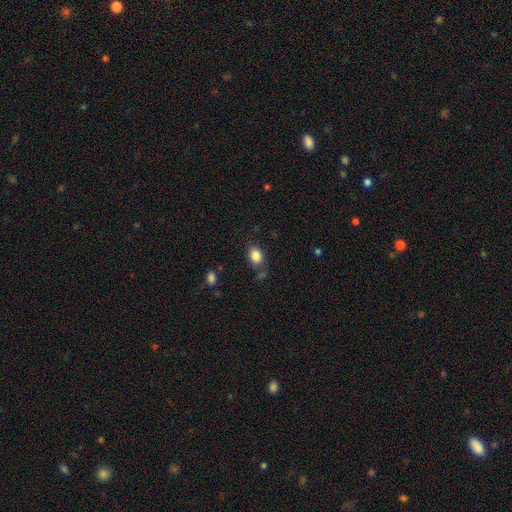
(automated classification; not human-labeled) Smooth or featured: smooth — 84% (star or artifact — 10%)
How rounded: in between — 71% (round — 27%)
Merging: none — 75% (minor disturbance — 14%)